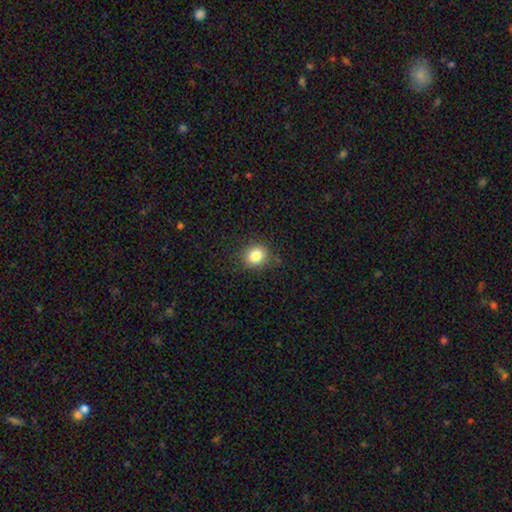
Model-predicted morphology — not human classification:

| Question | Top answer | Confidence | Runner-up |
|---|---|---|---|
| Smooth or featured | smooth | 82% | star or artifact (11%) |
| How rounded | round | 72% | in between (27%) |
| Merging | none | 84% | minor disturbance (11%) |